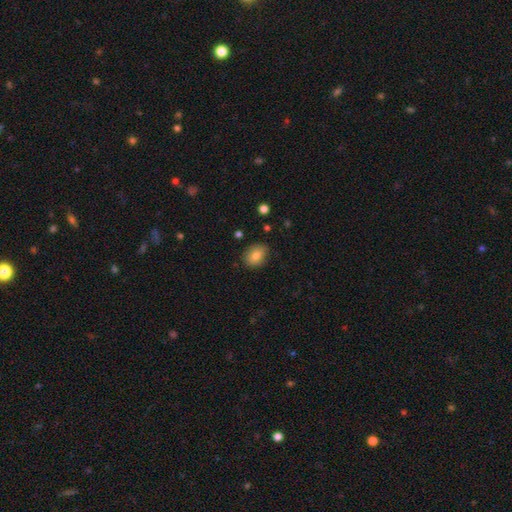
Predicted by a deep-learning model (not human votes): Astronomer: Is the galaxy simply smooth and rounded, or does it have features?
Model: smooth — 81%.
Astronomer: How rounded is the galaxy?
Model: in between — 58% (runner-up: round, 41%).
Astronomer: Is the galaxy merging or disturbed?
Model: none — 84%.